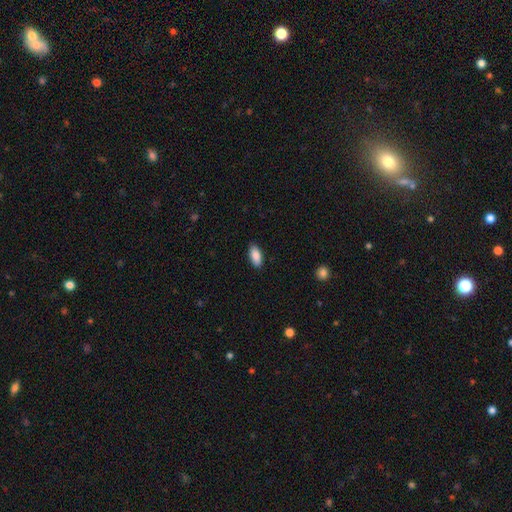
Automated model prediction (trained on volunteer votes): Smooth or featured? Predicted: smooth (p=0.89). How rounded? Predicted: in between (p=0.89). Merging? Predicted: none (p=0.88).